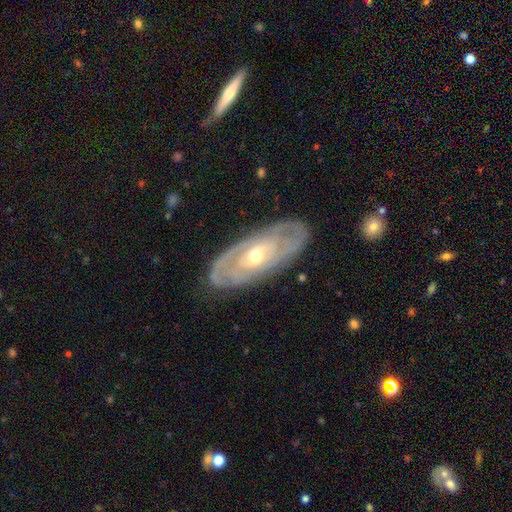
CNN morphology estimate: smooth_or_featured: featured or disk (p=0.82) [alt: smooth p=0.13]
disk_edge_on: no (p=0.88) [alt: yes p=0.12]
bar: no (p=0.64) [alt: weak p=0.27]
has_spiral_arms: yes (p=0.81) [alt: no p=0.19]
spiral_winding: tight (p=0.76) [alt: medium p=0.19]
spiral_arm_count: can't tell (p=0.48) [alt: 2 p=0.30]
bulge_size: moderate (p=0.54) [alt: small p=0.42]
merging: none (p=0.83) [alt: minor disturbance p=0.12]